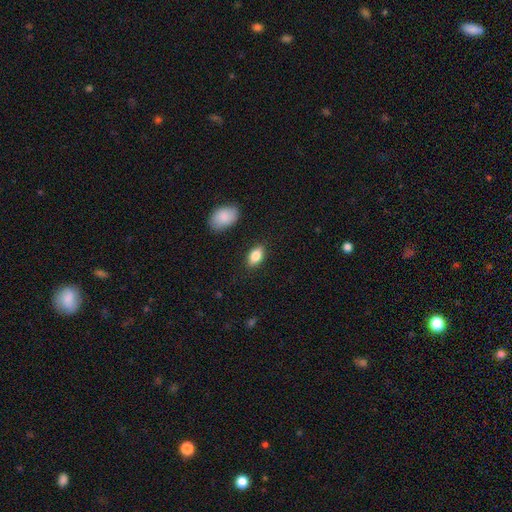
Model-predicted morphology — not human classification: smooth-or-featured: smooth: 84% | featured or disk: 9% | star or artifact: 7%
  how-rounded: in between: 91% | round: 5% | cigar-shaped: 4%
  merging: none: 86% | minor disturbance: 10% | major disturbance: 2% | merger: 2%